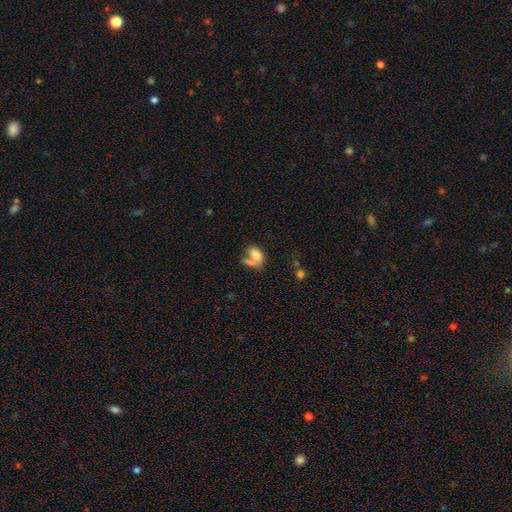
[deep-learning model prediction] This is likely a smooth galaxy (73%). How rounded: clearly in between (87%). Merging: possibly merger (50%).